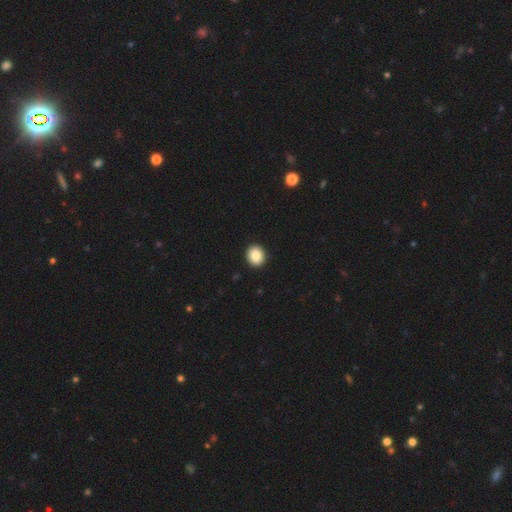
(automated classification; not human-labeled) This appears to be a smooth galaxy with no disk features (86%) that is round (78%). Merging: none (93%).